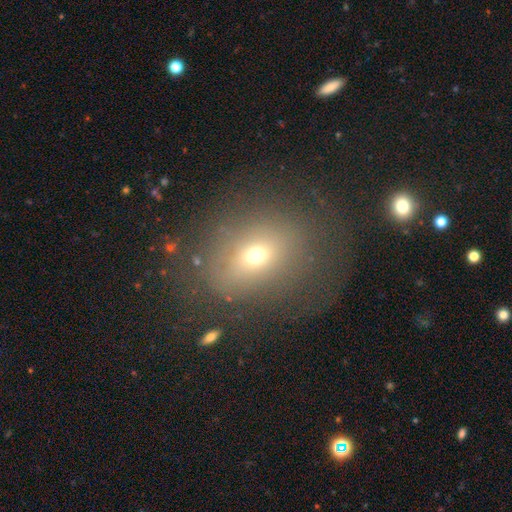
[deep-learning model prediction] A smooth galaxy with no disk features (61%) that is round (57%).

Vote fractions:
- Smooth or featured? smooth: 61% / featured or disk: 20% / star or artifact: 19%
- How rounded? round: 57% / in between: 42% / cigar-shaped: 1%
- Merging? none: 65% / minor disturbance: 17% / major disturbance: 16% / merger: 2%